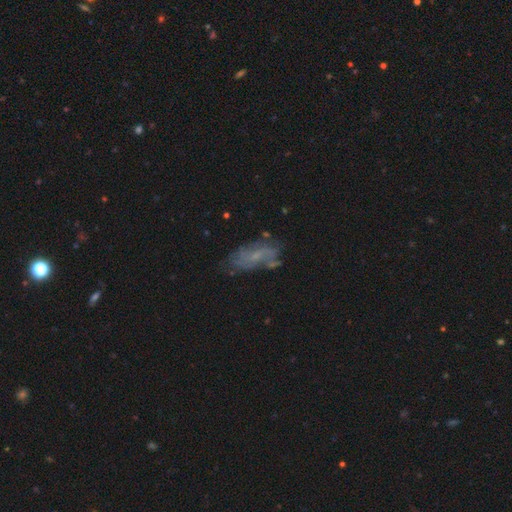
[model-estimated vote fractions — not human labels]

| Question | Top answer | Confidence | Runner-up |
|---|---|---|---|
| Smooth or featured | featured or disk | 55% | smooth (32%) |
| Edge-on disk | no | 92% | yes (8%) |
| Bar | no | 67% | weak (27%) |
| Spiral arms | yes | 60% | no (40%) |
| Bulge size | small | 59% | none (25%) |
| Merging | none | 56% | minor disturbance (23%) |